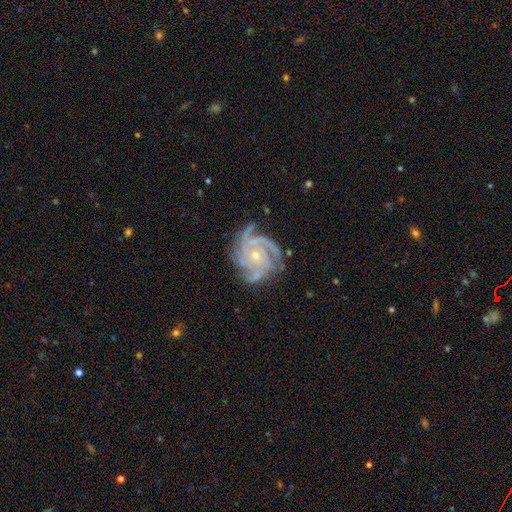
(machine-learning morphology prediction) type=featured or disk (91%); edge-on=no (98%); bar=no (74%); spiral arms=yes (98%); winding=tight (68%); arm count=4 (41%); bulge=small (69%); merging=none (71%).